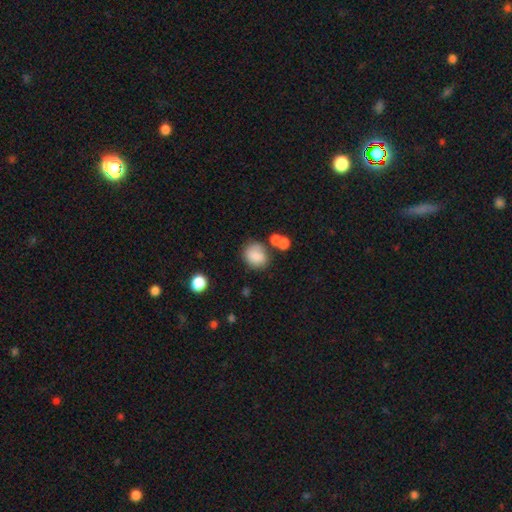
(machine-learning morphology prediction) Q: Smooth or featured?
A: smooth (81%); runner-up: featured or disk (10%)
Q: How rounded?
A: round (65%); runner-up: in between (34%)
Q: Merging?
A: none (57%); runner-up: minor disturbance (20%)